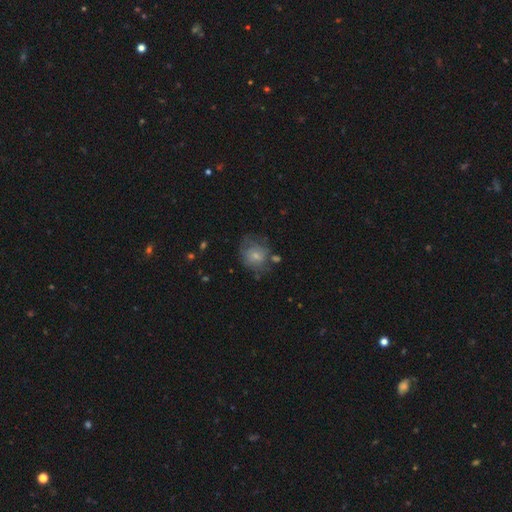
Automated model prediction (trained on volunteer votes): smooth-or-featured: smooth: 62% | featured or disk: 29% | star or artifact: 9%
  how-rounded: round: 69% | in between: 30% | cigar-shaped: 1%
  merging: none: 47% | minor disturbance: 27% | major disturbance: 20% | merger: 6%